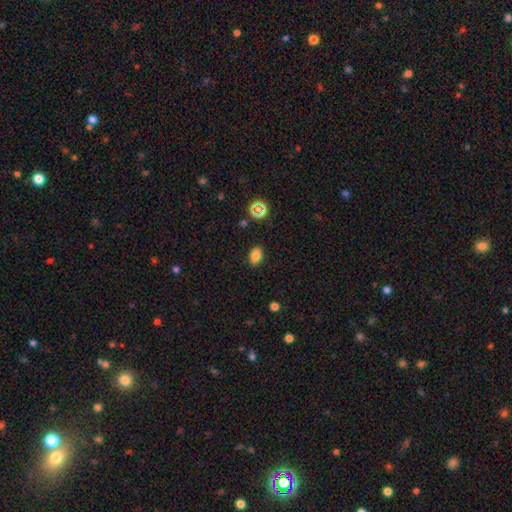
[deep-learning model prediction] Morphology: type=smooth (79%); roundness=in between (84%); merging=none (87%).